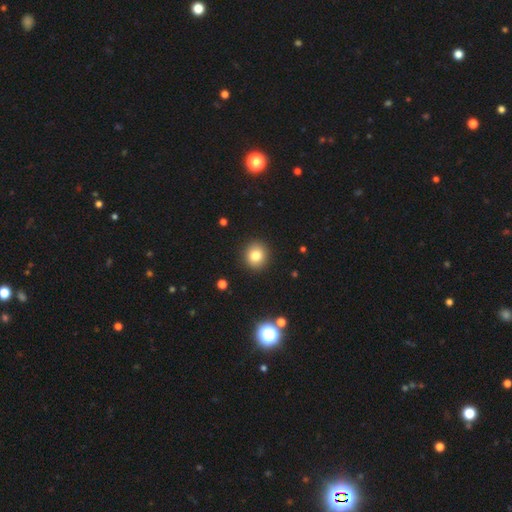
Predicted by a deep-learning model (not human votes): Smooth or featured?
  - smooth: 81% *
  - star or artifact: 12%
  - featured or disk: 8%
How rounded?
  - round: 86% *
  - in between: 13%
  - cigar-shaped: 1%
Merging?
  - none: 91% *
  - minor disturbance: 6%
  - major disturbance: 2%
  - merger: 1%